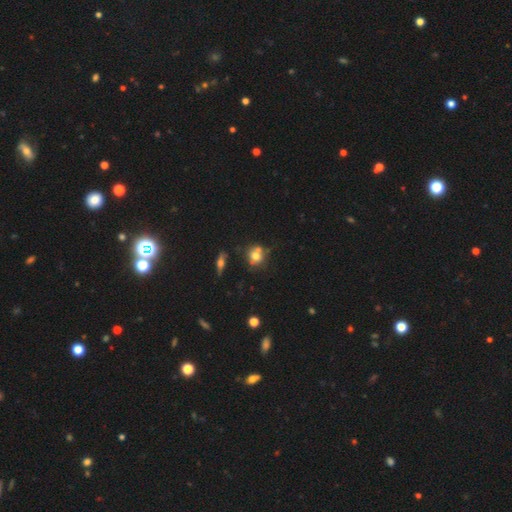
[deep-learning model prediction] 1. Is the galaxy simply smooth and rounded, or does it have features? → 67% smooth, 20% featured or disk, 13% star or artifact.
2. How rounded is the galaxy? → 73% round, 25% in between, 2% cigar-shaped.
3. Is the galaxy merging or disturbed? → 54% none, 22% merger, 17% minor disturbance, 6% major disturbance.